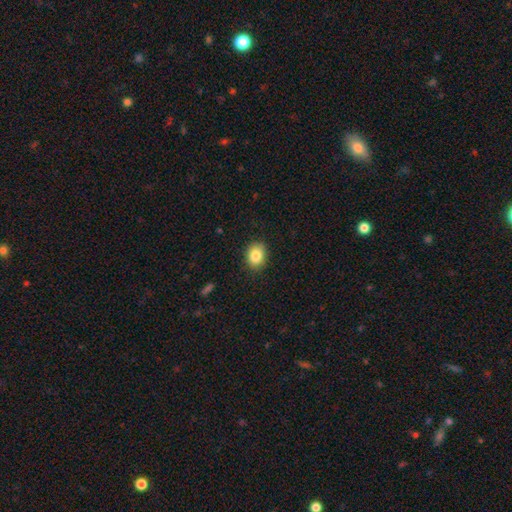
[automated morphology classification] smooth_or_featured: smooth (p=0.85) [alt: star or artifact p=0.09]
how_rounded: in between (p=0.57) [alt: round p=0.42]
merging: none (p=0.86) [alt: minor disturbance p=0.10]